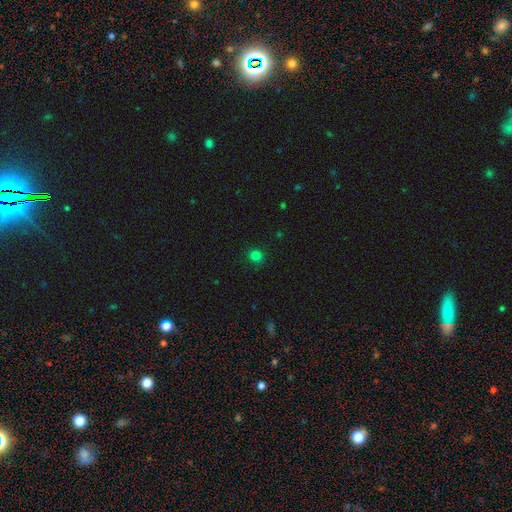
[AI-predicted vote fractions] This appears to be a smooth galaxy with no disk features (80%) that is round (87%). Merging: none (87%).